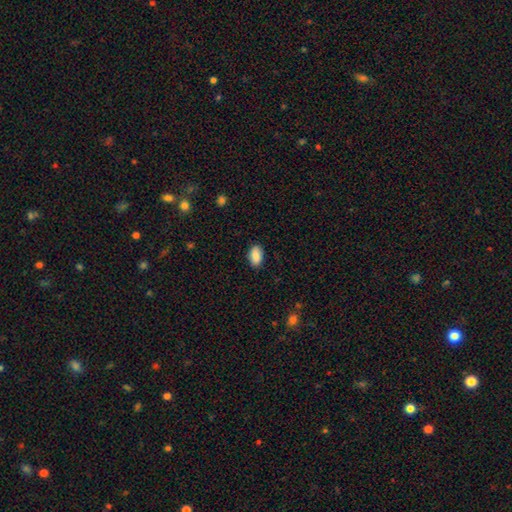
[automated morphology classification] A smooth galaxy with no disk features (86%) that is in between round and cigar-shaped (92%).

Vote fractions:
- Smooth or featured? smooth: 86% / star or artifact: 7% / featured or disk: 7%
- How rounded? in between: 92% / round: 6% / cigar-shaped: 2%
- Merging? none: 86% / minor disturbance: 11% / major disturbance: 2% / merger: 1%